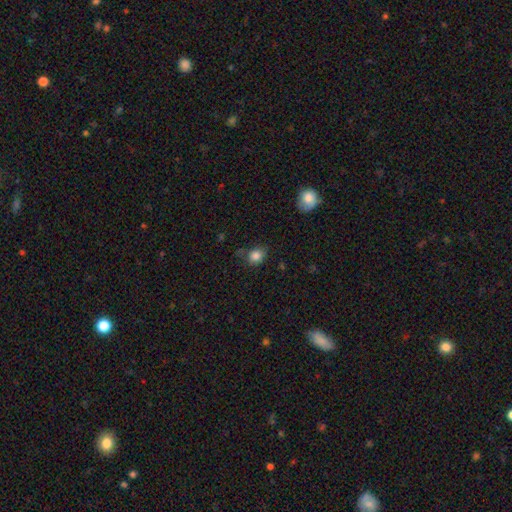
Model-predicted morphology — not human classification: Smooth or featured? Predicted: smooth (p=0.84). How rounded? Predicted: round (p=0.50). Merging? Predicted: none (p=0.67).